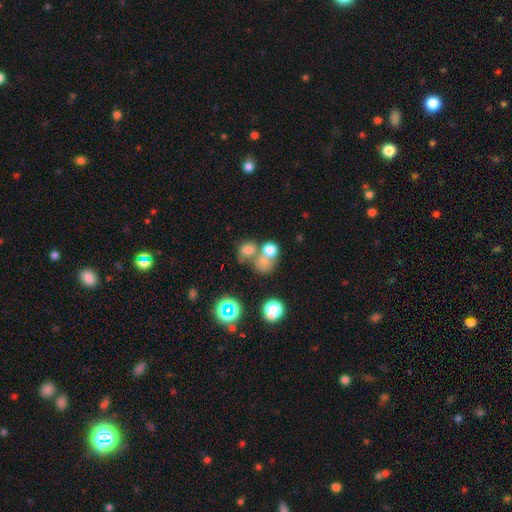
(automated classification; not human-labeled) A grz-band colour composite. It shows a smooth galaxy with no disk features (49%). Merging: none (43%).